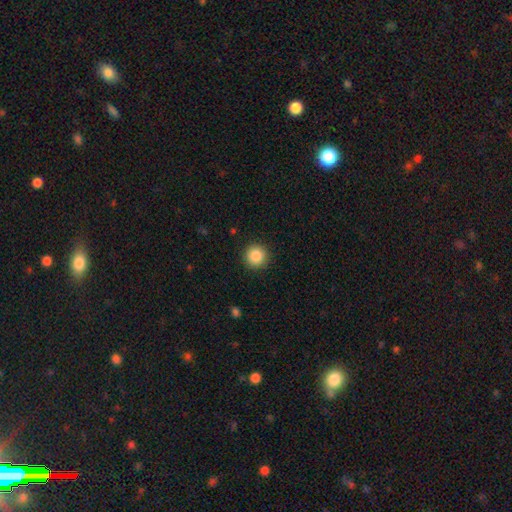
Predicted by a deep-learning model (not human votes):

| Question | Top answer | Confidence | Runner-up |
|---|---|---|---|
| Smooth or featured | smooth | 87% | star or artifact (9%) |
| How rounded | round | 95% | in between (4%) |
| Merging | none | 92% | minor disturbance (5%) |